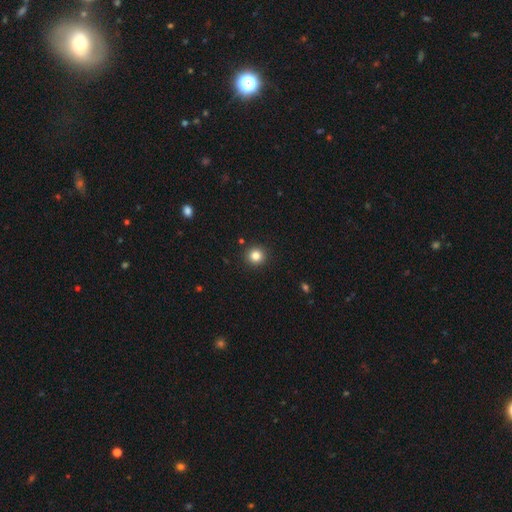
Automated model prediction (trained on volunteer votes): Smooth or featured? Predicted: smooth (p=0.83). How rounded? Predicted: round (p=0.93). Merging? Predicted: none (p=0.92).